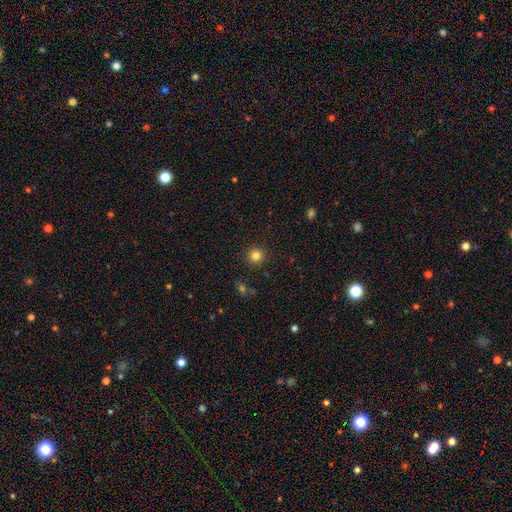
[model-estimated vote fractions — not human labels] Smooth or featured?
  - smooth: 82% *
  - star or artifact: 13%
  - featured or disk: 5%
How rounded?
  - round: 94% *
  - in between: 5%
  - cigar-shaped: 1%
Merging?
  - none: 91% *
  - minor disturbance: 6%
  - major disturbance: 2%
  - merger: 1%